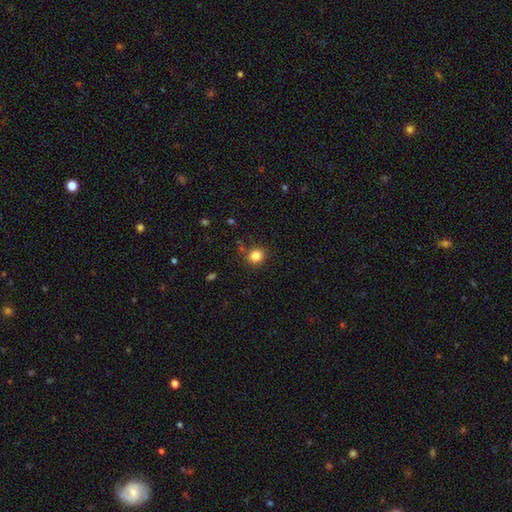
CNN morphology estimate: Smooth or featured: smooth — 84% (star or artifact — 12%)
How rounded: round — 82% (in between — 17%)
Merging: none — 83% (minor disturbance — 11%)